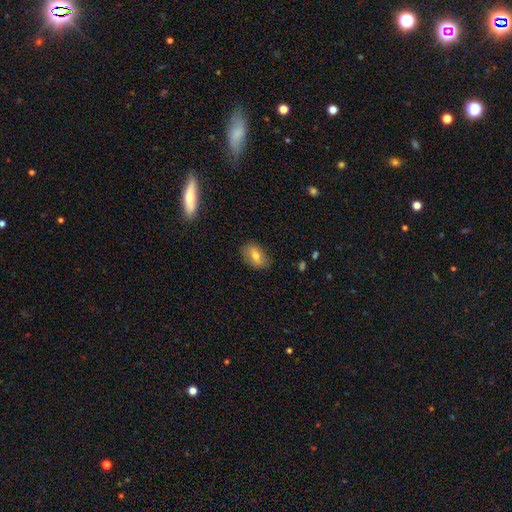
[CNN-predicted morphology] A smooth galaxy with no disk features (66%) that is in between round and cigar-shaped (84%).

Vote fractions:
- Smooth or featured? smooth: 66% / featured or disk: 26% / star or artifact: 8%
- How rounded? in between: 84% / round: 13% / cigar-shaped: 3%
- Merging? none: 80% / minor disturbance: 15% / major disturbance: 3% / merger: 1%